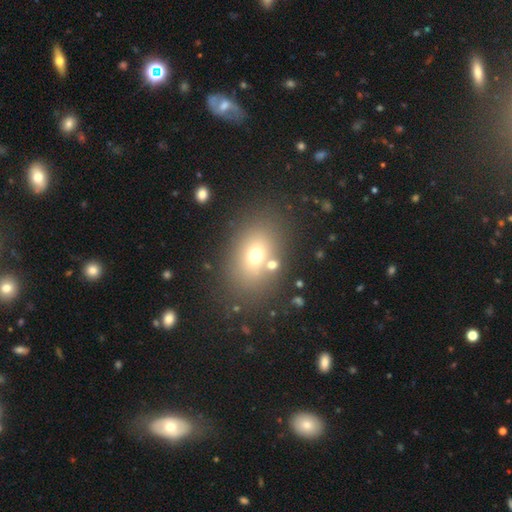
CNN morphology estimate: type=smooth (67%); roundness=in between (73%); merging=none (77%).